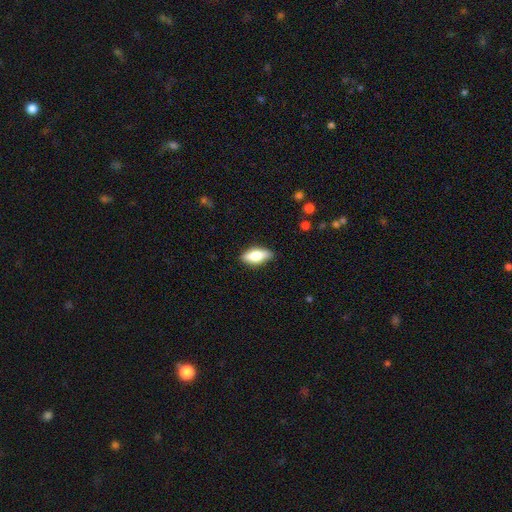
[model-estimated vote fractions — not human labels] A smooth galaxy with no disk features (66%) that is in between round and cigar-shaped (77%).

Vote fractions:
- Smooth or featured? smooth: 66% / featured or disk: 27% / star or artifact: 6%
- How rounded? in between: 77% / cigar-shaped: 20% / round: 3%
- Merging? none: 85% / minor disturbance: 11% / major disturbance: 2% / merger: 1%